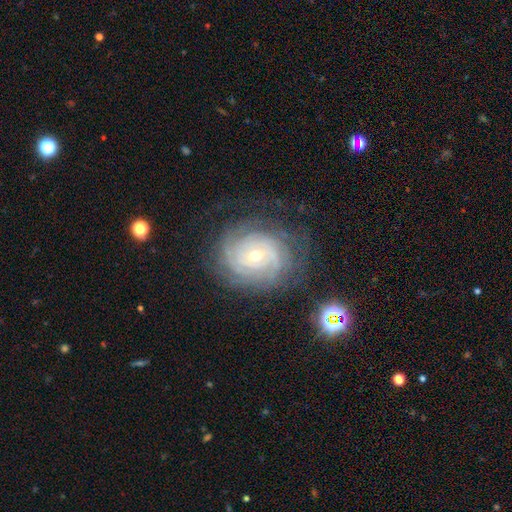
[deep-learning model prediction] smooth_or_featured: featured or disk (p=0.85) [alt: smooth p=0.08]
disk_edge_on: no (p=0.97) [alt: yes p=0.03]
bar: no (p=0.63) [alt: weak p=0.28]
has_spiral_arms: yes (p=0.96) [alt: no p=0.04]
spiral_winding: tight (p=0.80) [alt: medium p=0.16]
spiral_arm_count: can't tell (p=0.37) [alt: 4 p=0.18]
bulge_size: small (p=0.58) [alt: moderate p=0.39]
merging: none (p=0.75) [alt: minor disturbance p=0.16]